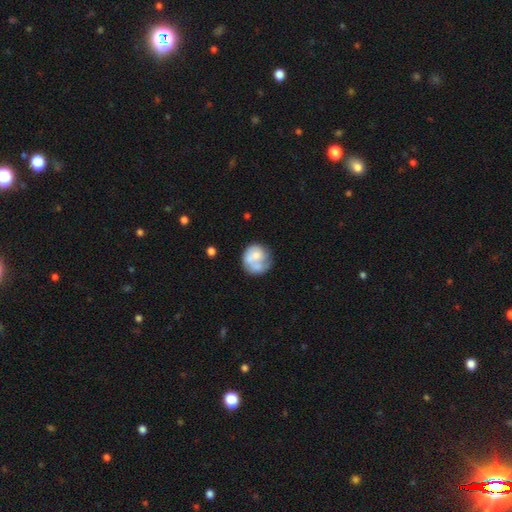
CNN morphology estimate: The model was most divided on "smooth or featured": smooth: 54%, featured or disk: 40%, star or artifact: 7%. Remaining: how rounded — round (81%); merging — none (44%).